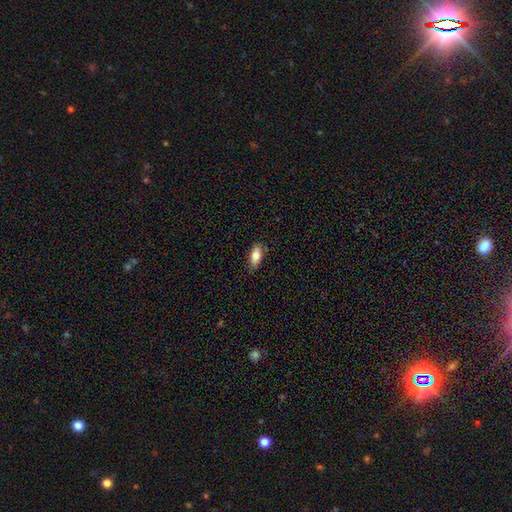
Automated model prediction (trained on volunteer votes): This appears to be a smooth galaxy with no disk features (78%) that is in between round and cigar-shaped (85%). Merging: none (82%).